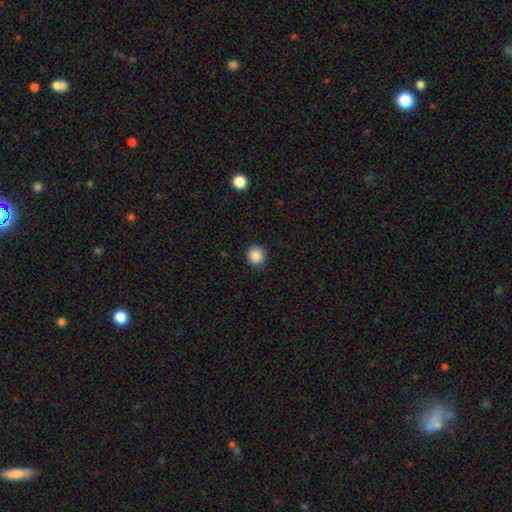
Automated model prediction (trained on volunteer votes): Smooth or featured: smooth — 87% (star or artifact — 10%)
How rounded: round — 92% (in between — 7%)
Merging: none — 90% (minor disturbance — 7%)